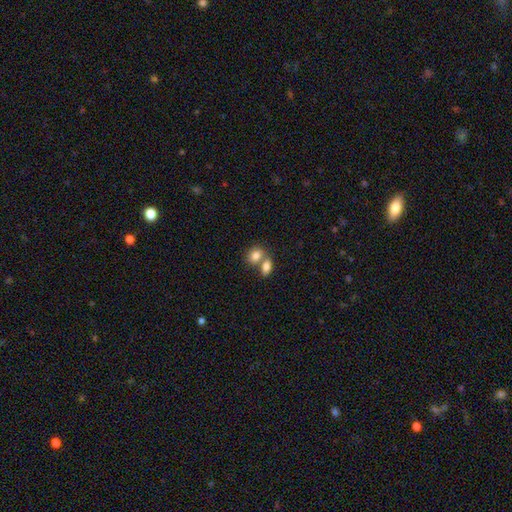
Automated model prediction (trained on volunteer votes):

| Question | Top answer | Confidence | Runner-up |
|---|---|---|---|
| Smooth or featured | smooth | 82% | featured or disk (10%) |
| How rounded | in between | 66% | round (32%) |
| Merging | merger | 56% | none (34%) |